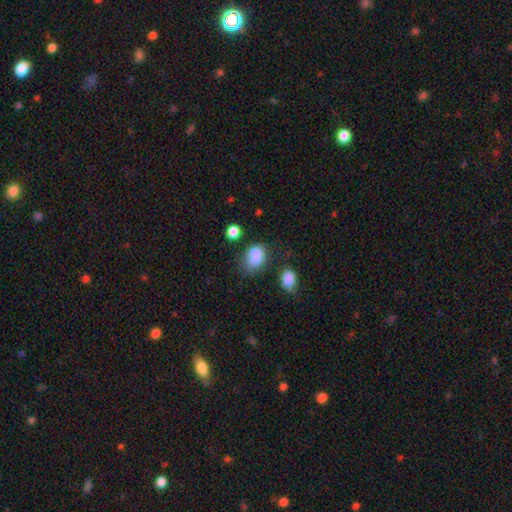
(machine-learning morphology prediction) Smooth or featured? smooth (83%)
How rounded? in between (75%)
Merging? none (46%)